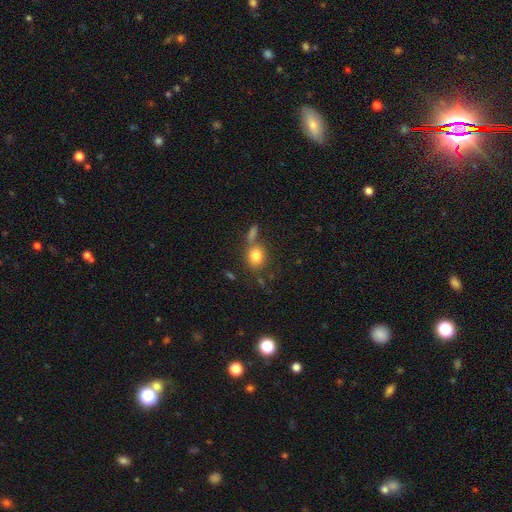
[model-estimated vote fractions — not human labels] smooth 80%, star or artifact 10%, featured or disk 10%. Down the decision tree: how rounded — round (66%); merging — none (60%).